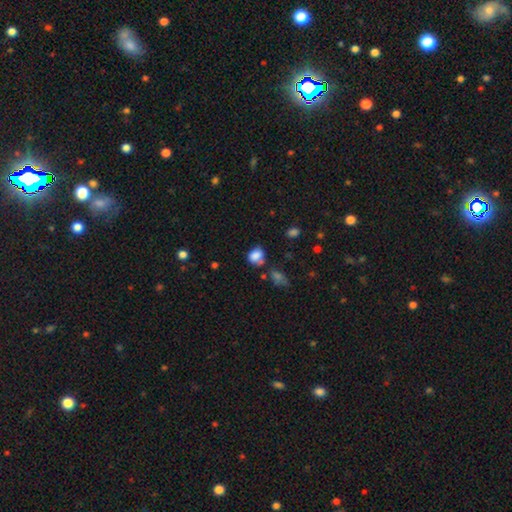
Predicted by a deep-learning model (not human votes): Smooth or featured? smooth (81%)
How rounded? in between (52%)
Merging? none (48%)